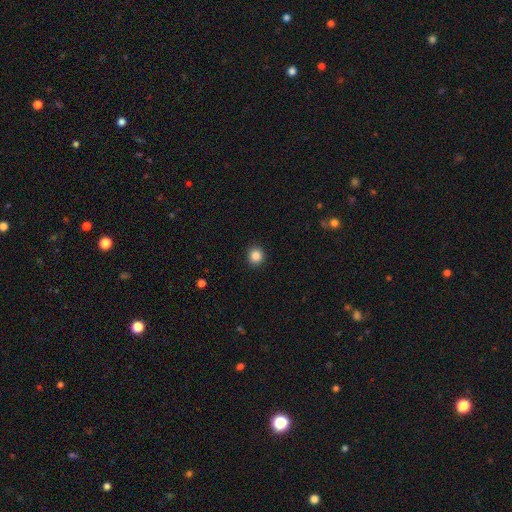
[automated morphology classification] The model was most divided on "smooth or featured": smooth: 86%, star or artifact: 10%, featured or disk: 3%. More confident: merging — none (92%); how rounded — round (90%).